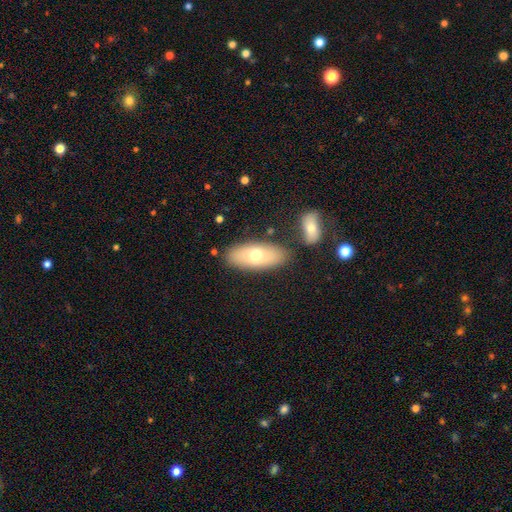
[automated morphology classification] A smooth galaxy with no disk features (65%) that is in between round and cigar-shaped (81%). Merging: none (78%).